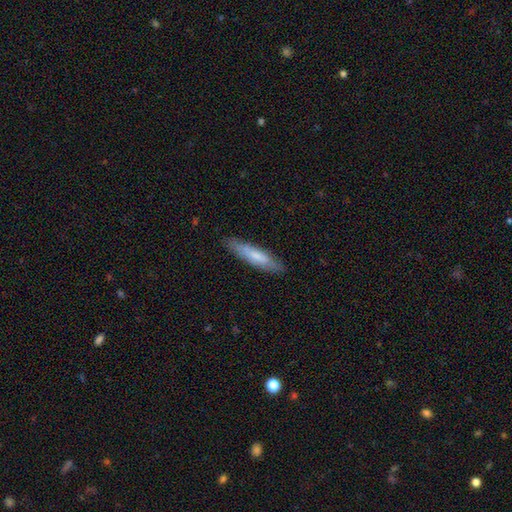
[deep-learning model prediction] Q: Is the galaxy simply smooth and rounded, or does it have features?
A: smooth — 65%.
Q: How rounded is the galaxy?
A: cigar-shaped — 80%.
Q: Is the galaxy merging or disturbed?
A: none — 84%.